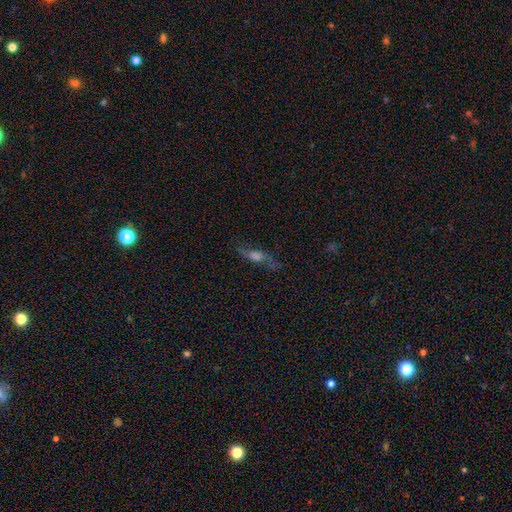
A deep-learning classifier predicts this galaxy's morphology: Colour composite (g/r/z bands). It shows a featured or disk galaxy (57%) viewed edge-on (68%). Merging: none (71%).